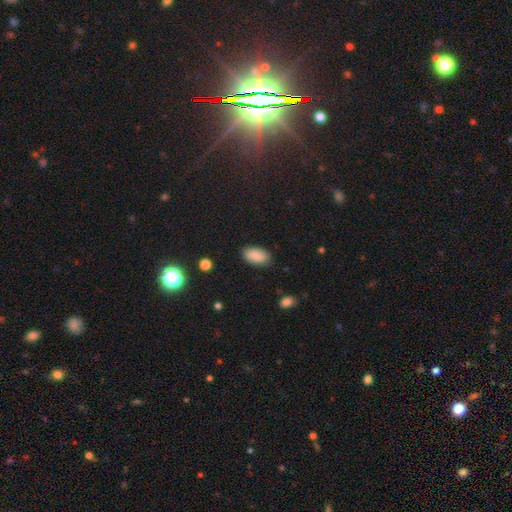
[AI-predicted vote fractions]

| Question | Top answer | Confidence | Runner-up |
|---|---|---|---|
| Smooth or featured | smooth | 83% | featured or disk (9%) |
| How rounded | in between | 94% | round (4%) |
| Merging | none | 83% | minor disturbance (13%) |